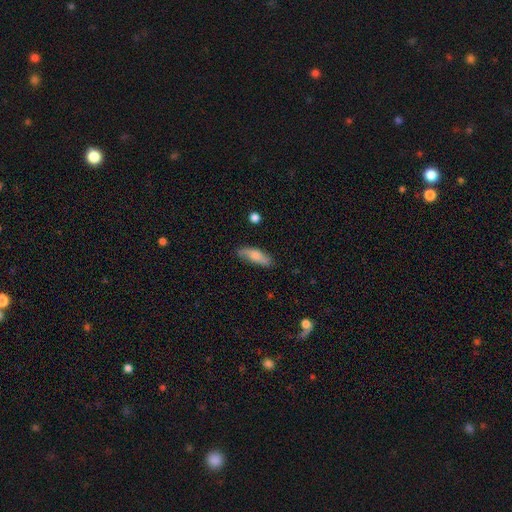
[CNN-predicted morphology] The model was most divided on "how rounded": in between: 55%, cigar-shaped: 42%, round: 2%. More confident: merging — none (74%); smooth or featured — smooth (74%).